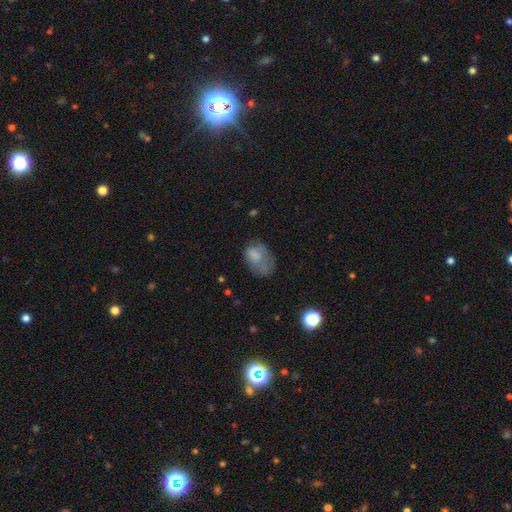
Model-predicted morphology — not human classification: smooth_or_featured: smooth (p=0.70) [alt: featured or disk p=0.20]
how_rounded: in between (p=0.82) [alt: round p=0.17]
merging: none (p=0.35) [alt: minor disturbance p=0.32]